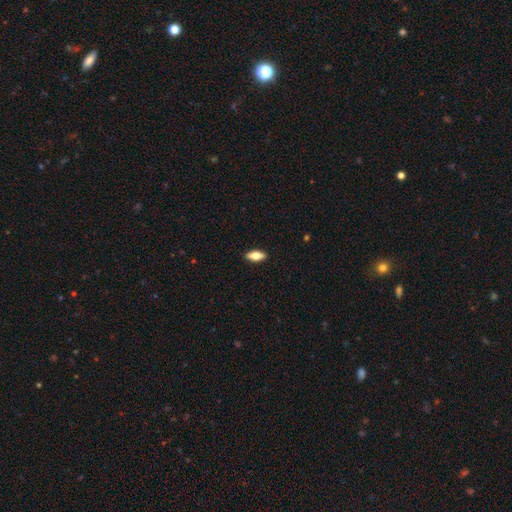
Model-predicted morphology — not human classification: This appears to be a smooth galaxy with no disk features (65%) that is in between round and cigar-shaped (77%). Merging: none (91%).